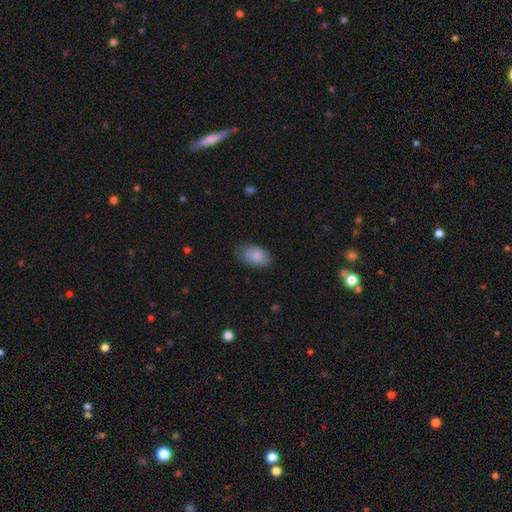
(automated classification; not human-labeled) A smooth galaxy with no disk features (86%) that is in between round and cigar-shaped (93%).

Vote fractions:
- Smooth or featured? smooth: 86% / featured or disk: 7% / star or artifact: 7%
- How rounded? in between: 93% / round: 6% / cigar-shaped: 2%
- Merging? none: 74% / minor disturbance: 20% / major disturbance: 5% / merger: 1%